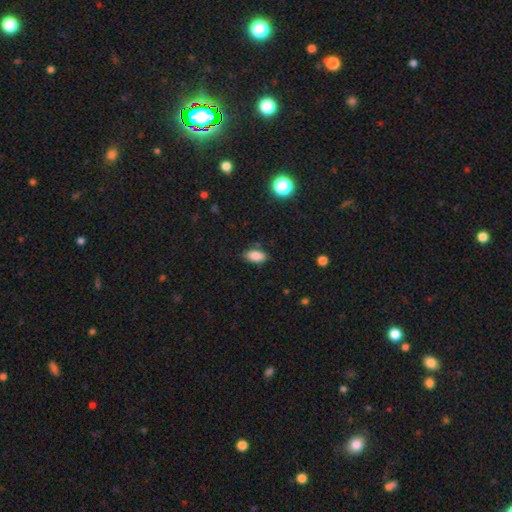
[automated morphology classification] Smooth or featured? Predicted: smooth (p=0.86). How rounded? Predicted: in between (p=0.92). Merging? Predicted: none (p=0.81).